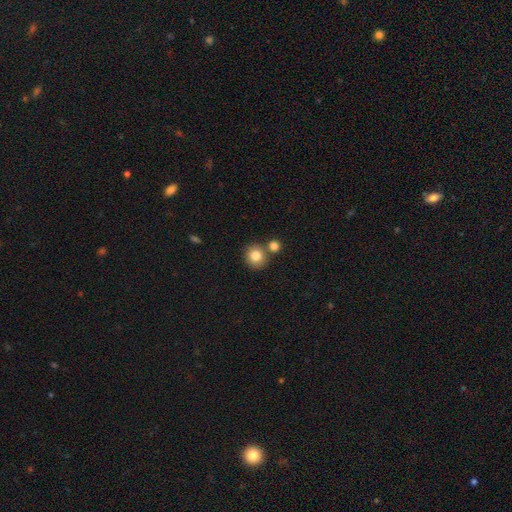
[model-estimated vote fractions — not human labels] Overall: smooth (82%). How rounded: round (88%). Merging: none (69%).